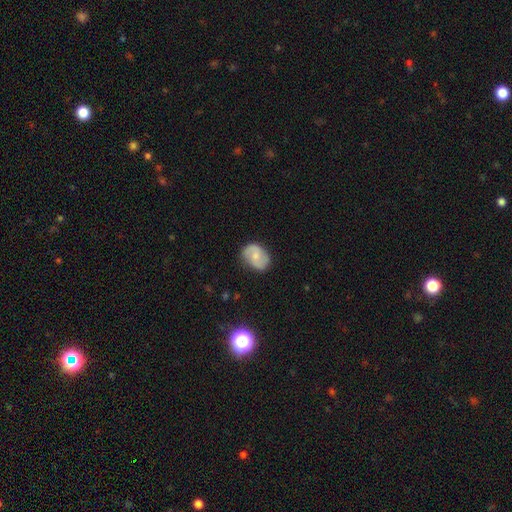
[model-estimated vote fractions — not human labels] A featured or disk galaxy (57%) with no bar (52%), spiral arms (89%) and a small central bulge (46%). Merging: none (77%).